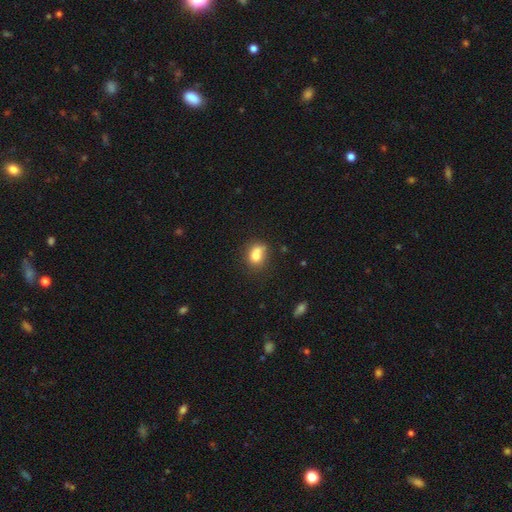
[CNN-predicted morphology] smooth-or-featured: smooth: 74% | featured or disk: 15% | star or artifact: 11%
  how-rounded: round: 56% | in between: 43% | cigar-shaped: 1%
  merging: none: 45% | merger: 25% | minor disturbance: 21% | major disturbance: 8%